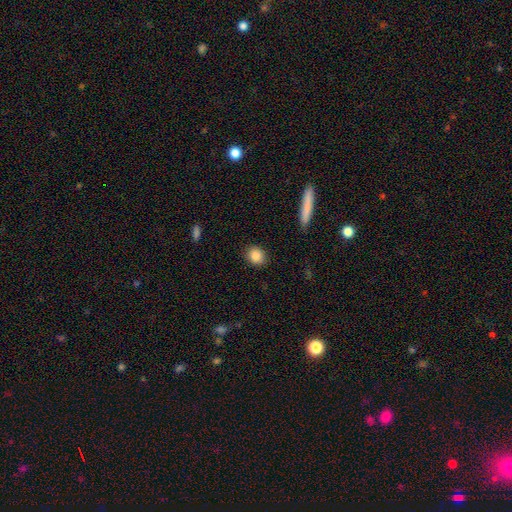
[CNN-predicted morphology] Smooth or featured?
  - smooth: 86% *
  - star or artifact: 8%
  - featured or disk: 6%
How rounded?
  - round: 65% *
  - in between: 33%
  - cigar-shaped: 2%
Merging?
  - none: 89% *
  - minor disturbance: 8%
  - major disturbance: 2%
  - merger: 1%